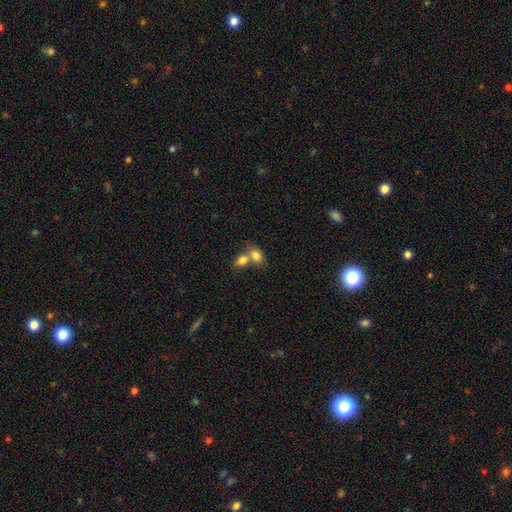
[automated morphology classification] This is likely a smooth galaxy (79%). How rounded: likely in between (73%). Merging: likely merger (66%).